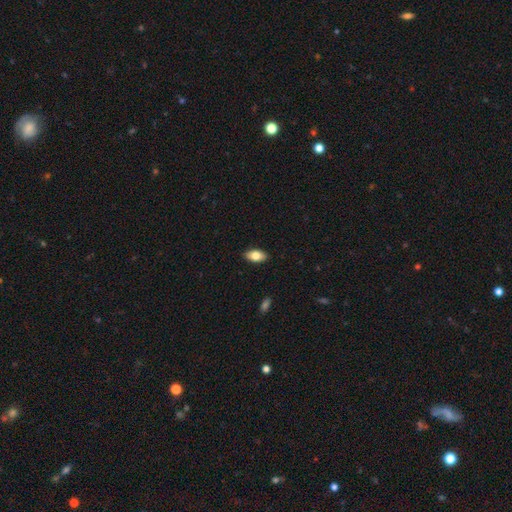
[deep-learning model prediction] Smooth or featured?
  - smooth: 79% *
  - featured or disk: 14%
  - star or artifact: 7%
How rounded?
  - in between: 92% *
  - cigar-shaped: 5%
  - round: 3%
Merging?
  - none: 89% *
  - minor disturbance: 8%
  - major disturbance: 2%
  - merger: 1%